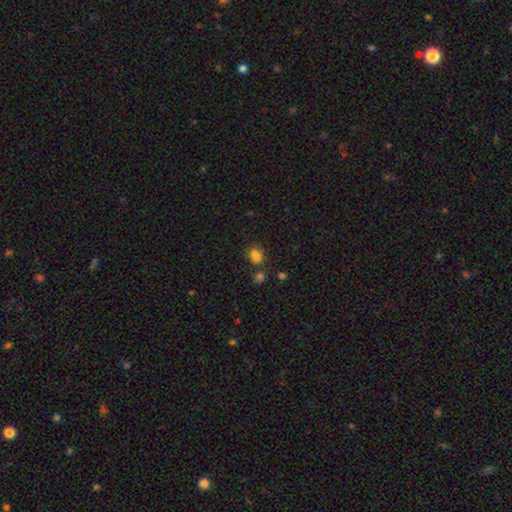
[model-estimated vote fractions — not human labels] A smooth galaxy with no disk features (76%) that is in between round and cigar-shaped (71%). Merging: none (58%).